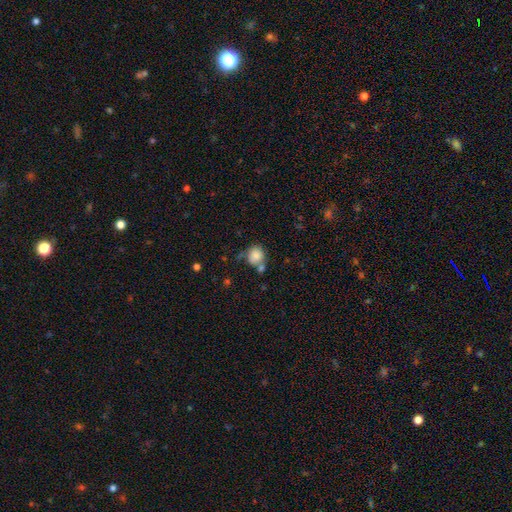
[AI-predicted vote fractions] Smooth or featured?
  - smooth: 82% *
  - featured or disk: 9%
  - star or artifact: 9%
How rounded?
  - round: 76% *
  - in between: 23%
  - cigar-shaped: 1%
Merging?
  - none: 47% *
  - merger: 26%
  - minor disturbance: 20%
  - major disturbance: 7%